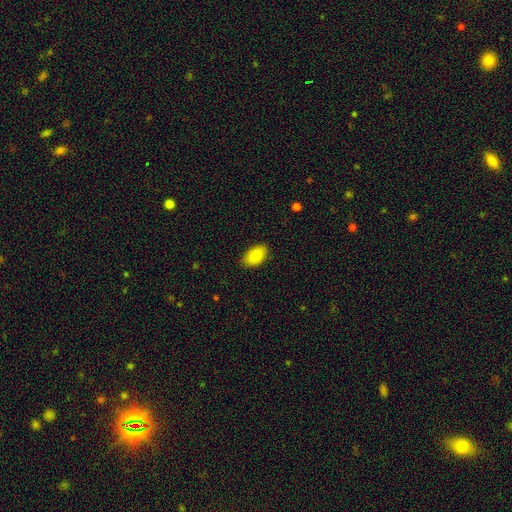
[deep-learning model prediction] smooth 83%, featured or disk 10%, star or artifact 7%. Down the decision tree: how rounded — in between (92%); merging — none (87%).